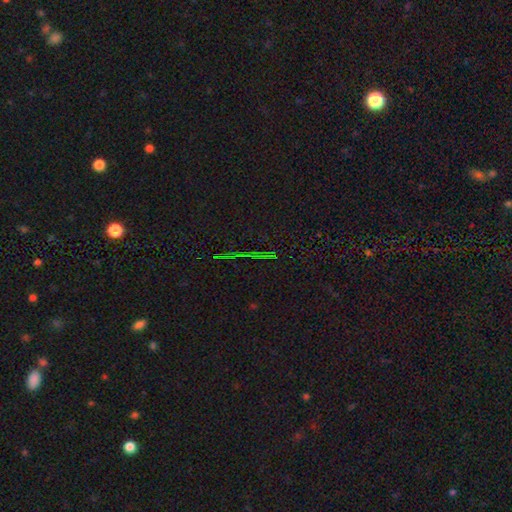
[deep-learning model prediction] The model was most divided on "smooth or featured": star or artifact: 76%, smooth: 14%, featured or disk: 10%.